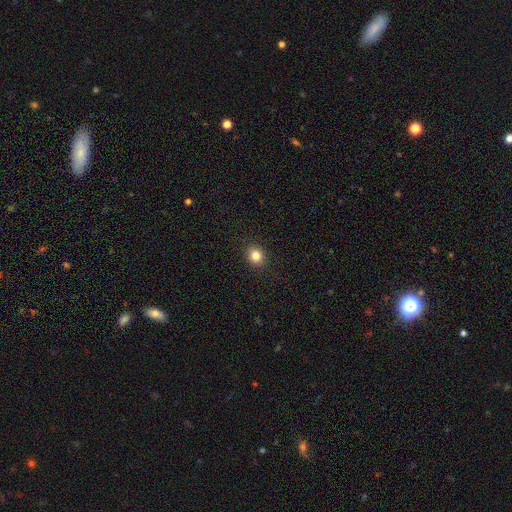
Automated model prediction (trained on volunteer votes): smooth-or-featured: smooth: 83% | star or artifact: 11% | featured or disk: 5%
  how-rounded: round: 80% | in between: 19% | cigar-shaped: 1%
  merging: none: 92% | minor disturbance: 6% | major disturbance: 2% | merger: 1%